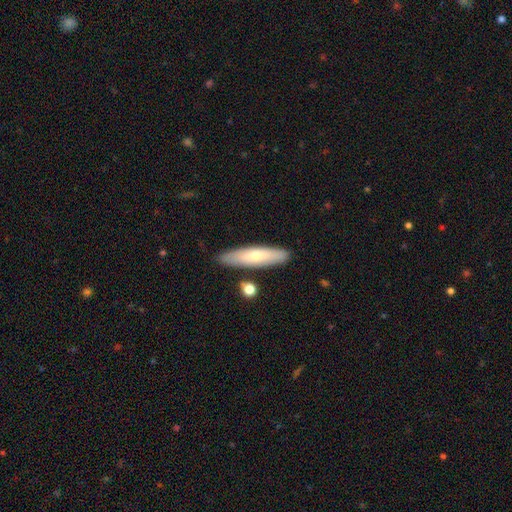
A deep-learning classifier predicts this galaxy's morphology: Smooth or featured? Predicted: smooth (p=0.61). How rounded? Predicted: cigar-shaped (p=0.74). Merging? Predicted: none (p=0.84).